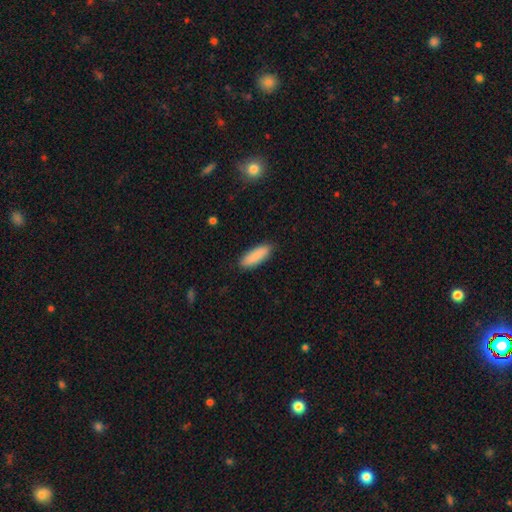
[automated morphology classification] type=smooth (89%); roundness=in between (67%); merging=none (87%).